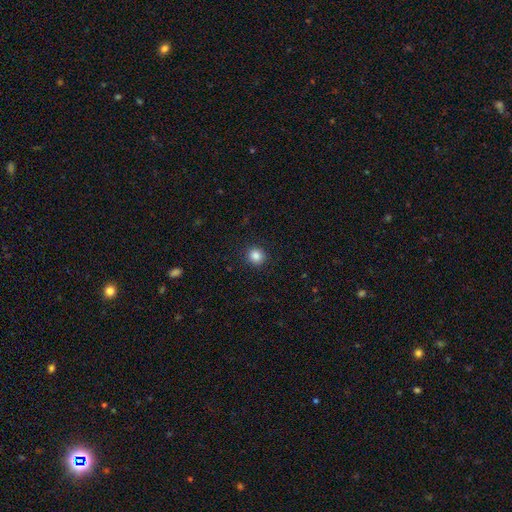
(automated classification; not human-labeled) The model was most divided on "smooth or featured": smooth: 85%, star or artifact: 11%, featured or disk: 4%. More confident: merging — none (91%); how rounded — round (90%).